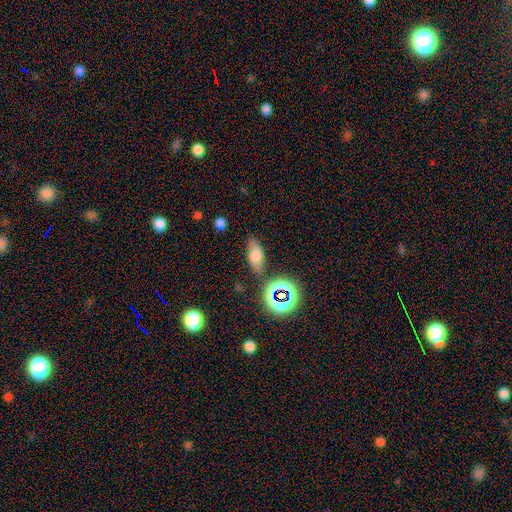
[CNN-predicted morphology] This is likely a smooth galaxy (66%). How rounded: likely in between (76%). Merging: likely none (76%).